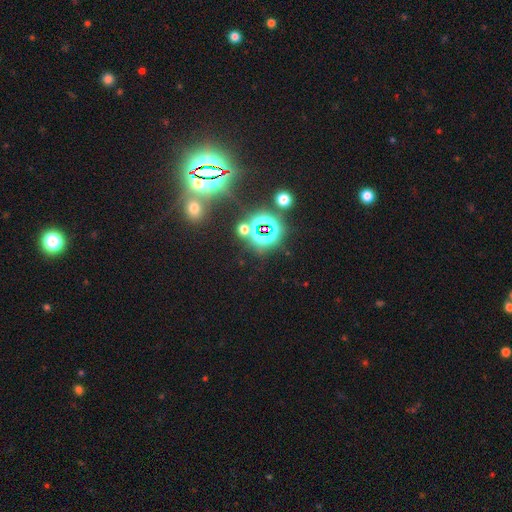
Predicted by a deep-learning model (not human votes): Morphology: type=star or artifact (84%).